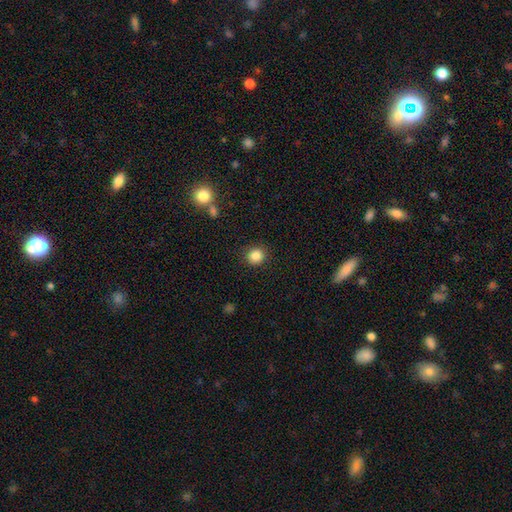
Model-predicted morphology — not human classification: This appears to be a smooth galaxy with no disk features (86%) that is round (88%). Merging: none (89%).